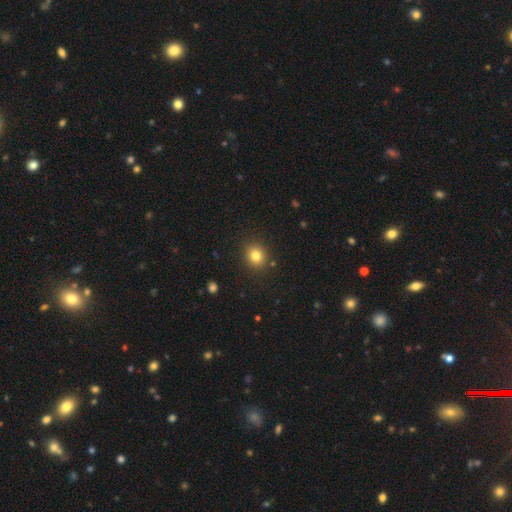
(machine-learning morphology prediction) The model was most divided on "how rounded": round: 79%, in between: 20%, cigar-shaped: 1%. More confident: merging — none (88%); smooth or featured — smooth (81%).